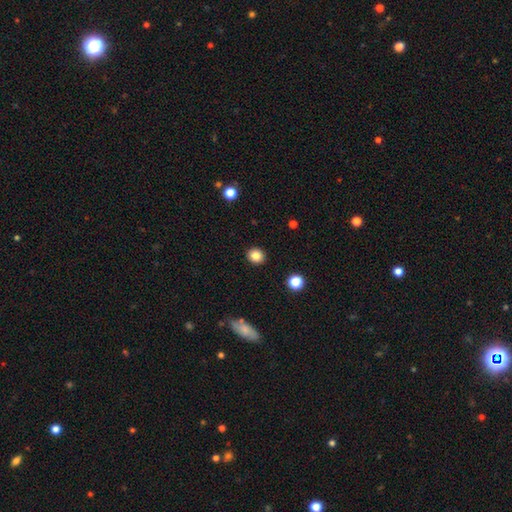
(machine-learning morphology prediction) Smooth or featured: smooth — 84% (star or artifact — 11%)
How rounded: round — 80% (in between — 19%)
Merging: none — 91% (minor disturbance — 6%)